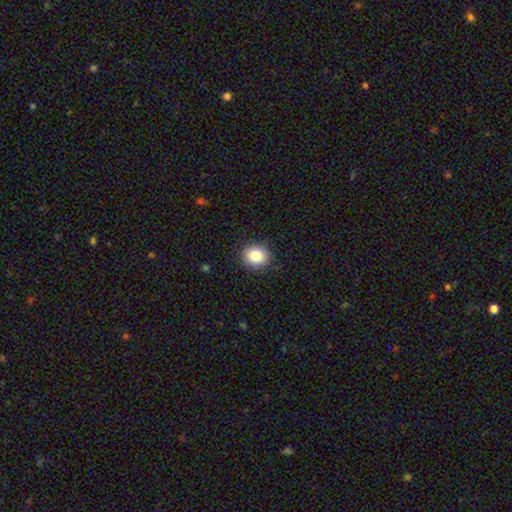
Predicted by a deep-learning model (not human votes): A smooth galaxy with no disk features (84%) that is round (81%).

Vote fractions:
- Smooth or featured? smooth: 84% / star or artifact: 10% / featured or disk: 6%
- How rounded? round: 81% / in between: 18% / cigar-shaped: 1%
- Merging? none: 90% / minor disturbance: 7% / major disturbance: 2% / merger: 1%